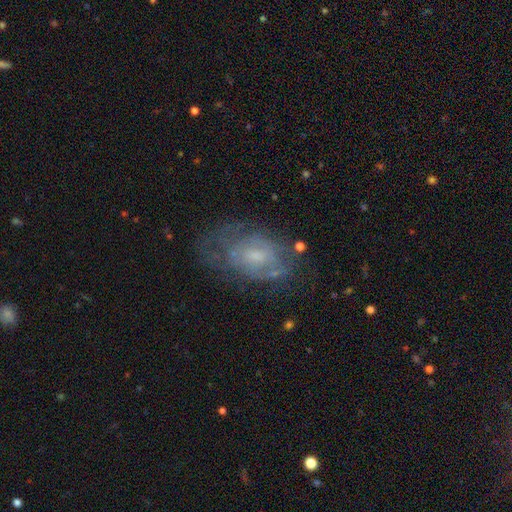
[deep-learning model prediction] smooth_or_featured: featured or disk (p=0.62) [alt: smooth p=0.28]
disk_edge_on: no (p=0.95) [alt: yes p=0.05]
bar: no (p=0.62) [alt: weak p=0.33]
has_spiral_arms: yes (p=0.54) [alt: no p=0.46]
bulge_size: small (p=0.42) [alt: moderate p=0.39]
merging: none (p=0.52) [alt: minor disturbance p=0.26]